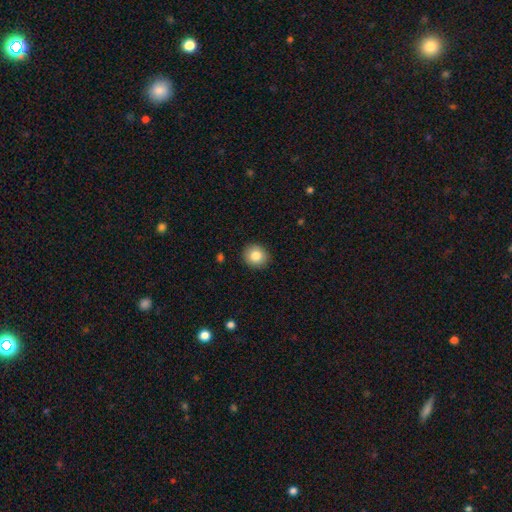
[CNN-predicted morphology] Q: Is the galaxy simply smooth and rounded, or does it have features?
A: smooth — 83%.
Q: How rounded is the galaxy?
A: round — 82%.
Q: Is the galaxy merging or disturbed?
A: none — 90%.